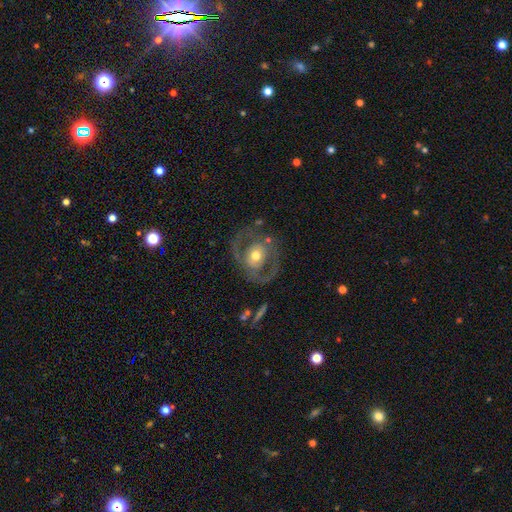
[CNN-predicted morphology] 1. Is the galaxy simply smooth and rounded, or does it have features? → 66% featured or disk, 28% smooth, 6% star or artifact.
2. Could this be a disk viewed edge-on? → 95% no, 5% yes.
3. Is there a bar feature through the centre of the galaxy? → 71% no, 21% weak, 9% strong.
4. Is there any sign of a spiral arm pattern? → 56% no, 44% yes.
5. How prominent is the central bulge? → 72% moderate, 13% small, 12% large, 1% dominant, 1% none.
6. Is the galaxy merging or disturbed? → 70% none, 15% minor disturbance, 13% major disturbance, 2% merger.